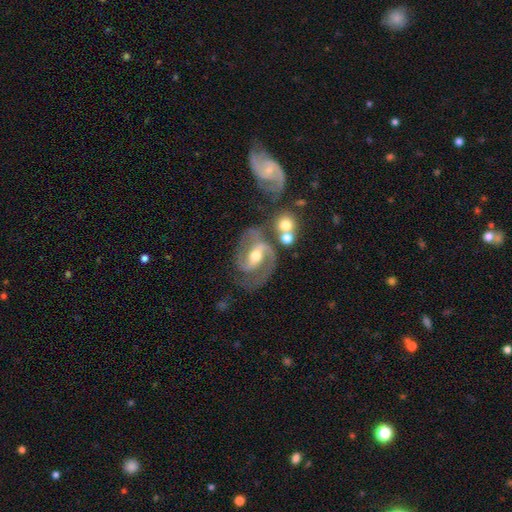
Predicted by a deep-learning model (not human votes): Overall: featured or disk (88%). Edge-on disk: no (96%). Bar: strong (49%; weak 35%). Spiral arms: yes (97%). Spiral arm count: 2 (88%). Spiral winding: medium (57%; tight 29%). Bulge size: moderate (65%; small 29%). Merging: none (60%).